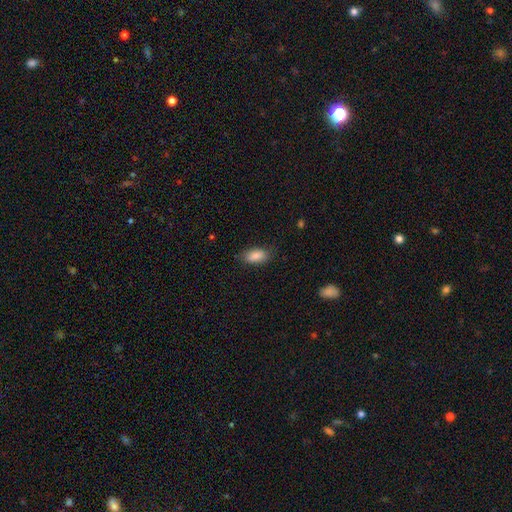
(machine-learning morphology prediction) Q: Smooth or featured?
A: smooth (87%); runner-up: star or artifact (7%)
Q: How rounded?
A: in between (91%); runner-up: cigar-shaped (6%)
Q: Merging?
A: none (82%); runner-up: minor disturbance (14%)